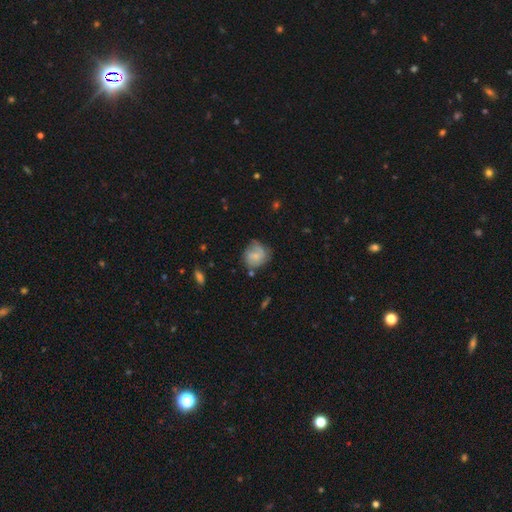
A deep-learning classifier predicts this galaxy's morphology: Smooth or featured?
  - smooth: 50% *
  - featured or disk: 42%
  - star or artifact: 8%
Merging?
  - none: 55% *
  - minor disturbance: 29%
  - major disturbance: 12%
  - merger: 4%